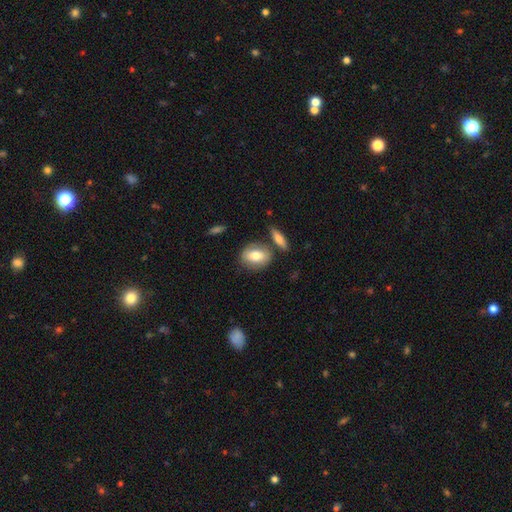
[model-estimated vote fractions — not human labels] This appears to be a smooth galaxy with no disk features (72%) that is in between round and cigar-shaped (67%). Merging: none (69%).